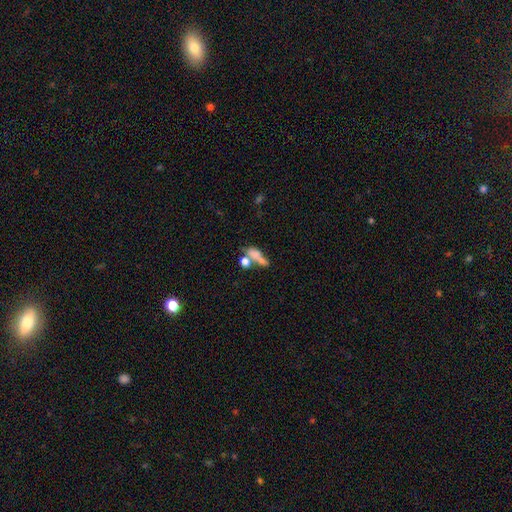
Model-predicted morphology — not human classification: Smooth or featured?
  - smooth: 65% *
  - featured or disk: 22%
  - star or artifact: 13%
How rounded?
  - in between: 58% *
  - cigar-shaped: 26%
  - round: 16%
Merging?
  - merger: 48% *
  - none: 28%
  - major disturbance: 13%
  - minor disturbance: 12%